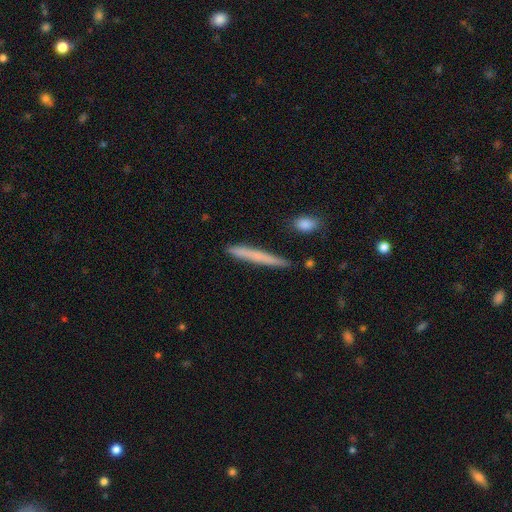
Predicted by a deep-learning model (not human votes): Morphology: type=smooth (64%); roundness=cigar-shaped (96%); merging=none (88%).